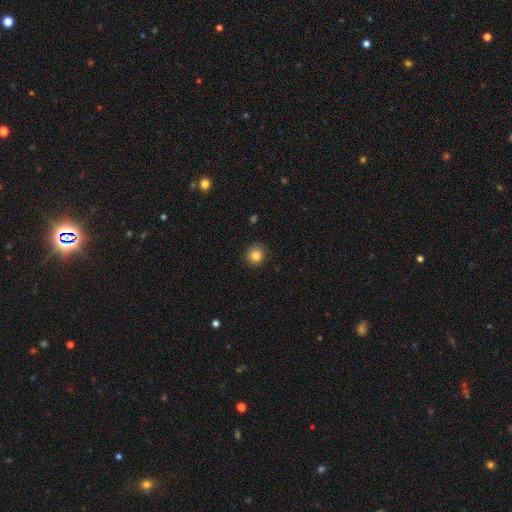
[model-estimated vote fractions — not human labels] Smooth or featured? Predicted: smooth (p=0.83). How rounded? Predicted: round (p=0.91). Merging? Predicted: none (p=0.86).